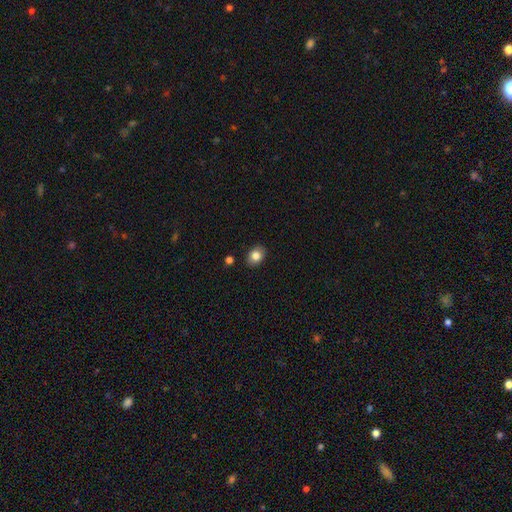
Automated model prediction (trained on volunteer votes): smooth-or-featured: smooth: 82% | star or artifact: 9% | featured or disk: 9%
  how-rounded: in between: 64% | round: 35% | cigar-shaped: 1%
  merging: none: 87% | minor disturbance: 9% | major disturbance: 2% | merger: 2%